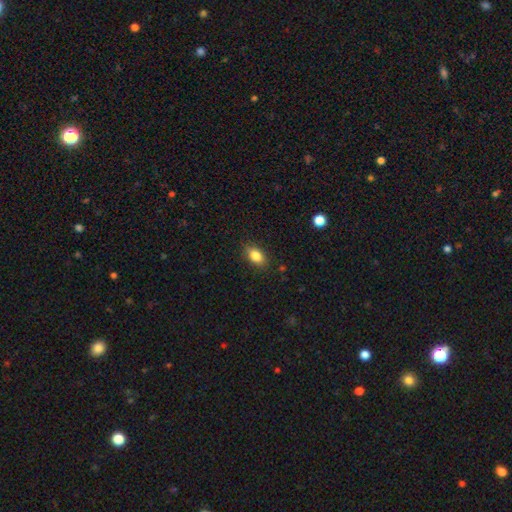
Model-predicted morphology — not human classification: smooth 84%, star or artifact 9%, featured or disk 7%. Down the decision tree: how rounded — in between (85%); merging — none (86%).